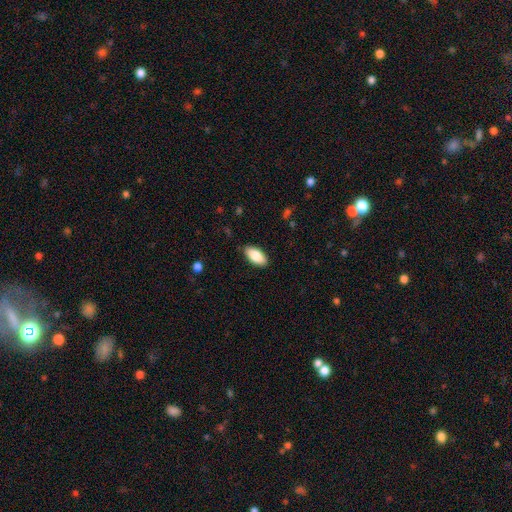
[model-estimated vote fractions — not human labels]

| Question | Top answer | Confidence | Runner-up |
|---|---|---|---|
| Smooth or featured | smooth | 85% | featured or disk (8%) |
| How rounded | in between | 92% | cigar-shaped (6%) |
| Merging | none | 86% | minor disturbance (11%) |